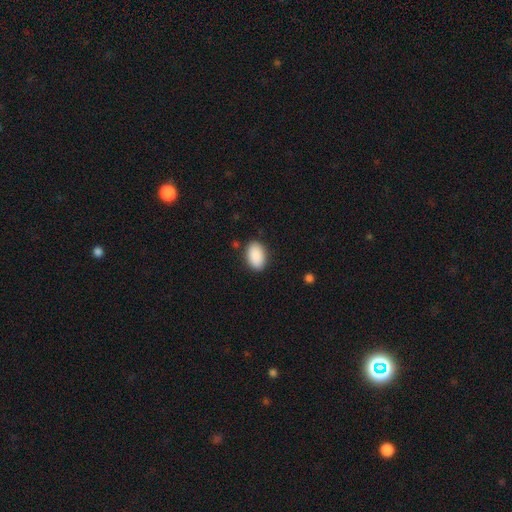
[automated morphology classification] Smooth or featured?
  - smooth: 91% *
  - star or artifact: 6%
  - featured or disk: 3%
How rounded?
  - in between: 91% *
  - round: 8%
  - cigar-shaped: 1%
Merging?
  - none: 86% *
  - minor disturbance: 10%
  - major disturbance: 3%
  - merger: 1%